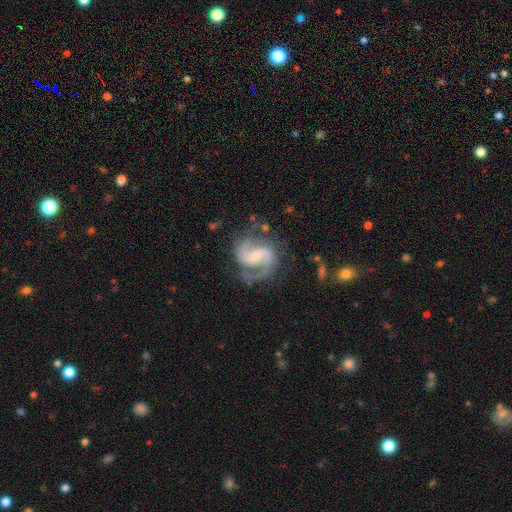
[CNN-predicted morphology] The model was most divided on "bar": weak: 50%, no: 26%, strong: 24%. More confident: spiral arms — yes (98%); edge-on disk — no (98%); smooth or featured — featured or disk (91%); spiral arm count — 2 (89%); merging — none (71%); spiral winding — medium (61%); bulge size — small (59%).